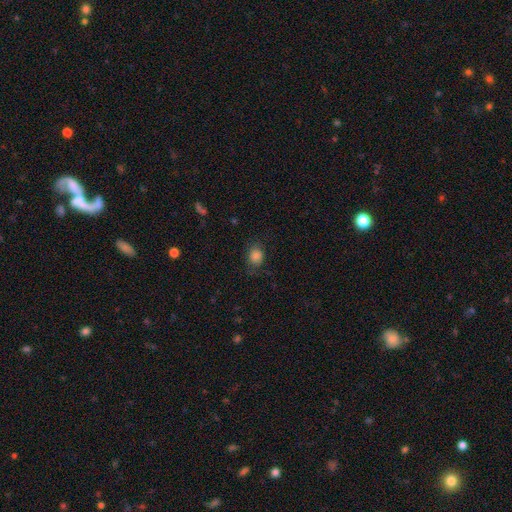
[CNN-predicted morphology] smooth-or-featured: smooth: 84% | star or artifact: 11% | featured or disk: 6%
  how-rounded: round: 57% | in between: 42% | cigar-shaped: 1%
  merging: none: 75% | minor disturbance: 18% | major disturbance: 6% | merger: 1%